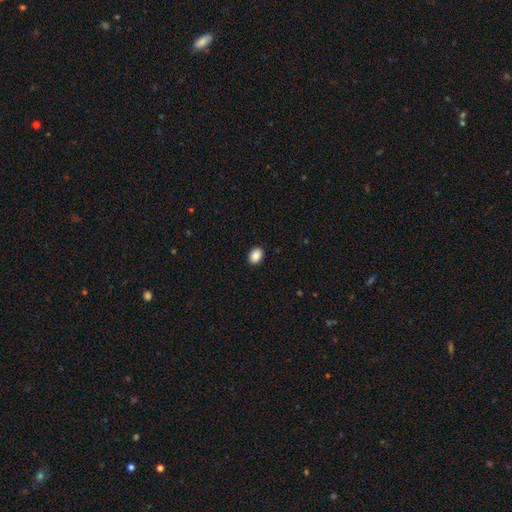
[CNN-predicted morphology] Overall: smooth (87%). How rounded: in between (68%; round 31%). Merging: none (91%).